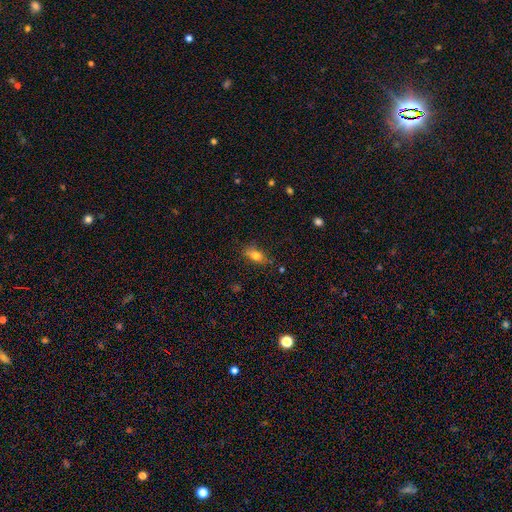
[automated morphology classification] A smooth galaxy with no disk features (77%) that is in between round and cigar-shaped (78%).

Vote fractions:
- Smooth or featured? smooth: 77% / featured or disk: 13% / star or artifact: 10%
- How rounded? in between: 78% / round: 12% / cigar-shaped: 10%
- Merging? none: 74% / minor disturbance: 19% / major disturbance: 4% / merger: 2%